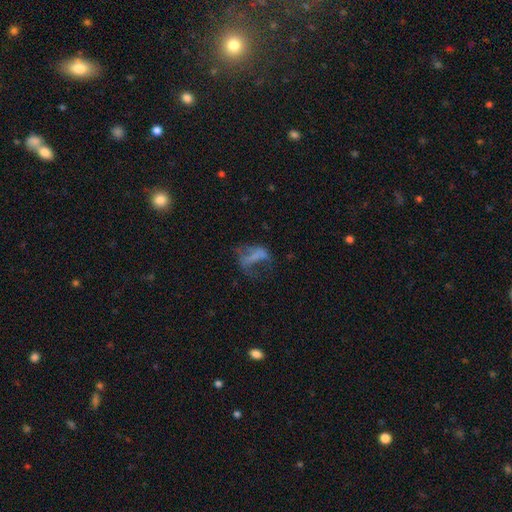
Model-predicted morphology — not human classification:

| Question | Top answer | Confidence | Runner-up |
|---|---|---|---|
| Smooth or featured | featured or disk | 45% | smooth (36%) |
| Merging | major disturbance | 48% | none (29%) |